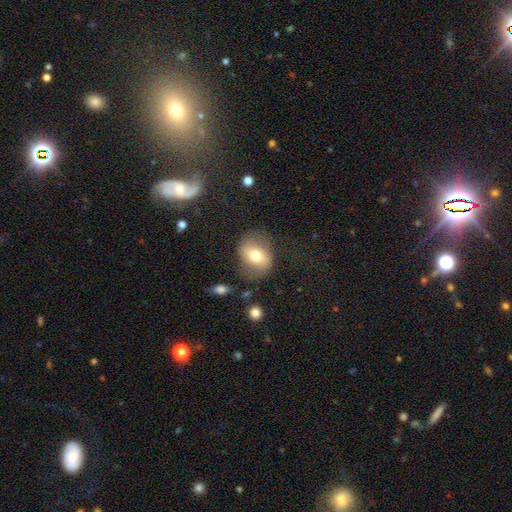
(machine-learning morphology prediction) This appears to be a smooth galaxy with no disk features (54%) that is in between round and cigar-shaped (61%). Merging: none (68%).